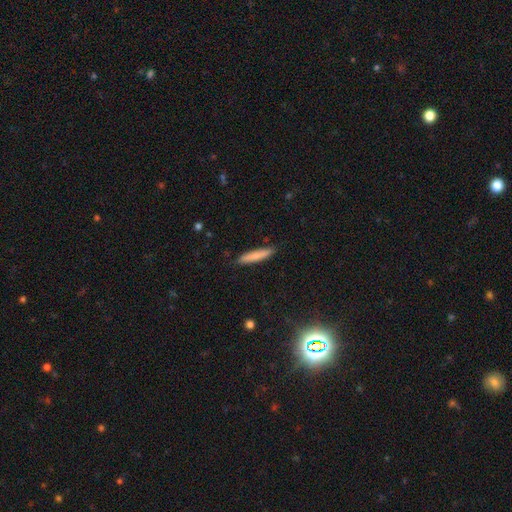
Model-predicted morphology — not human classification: smooth_or_featured: smooth (p=0.79) [alt: featured or disk p=0.15]
how_rounded: cigar-shaped (p=0.91) [alt: in between p=0.08]
merging: none (p=0.88) [alt: minor disturbance p=0.09]